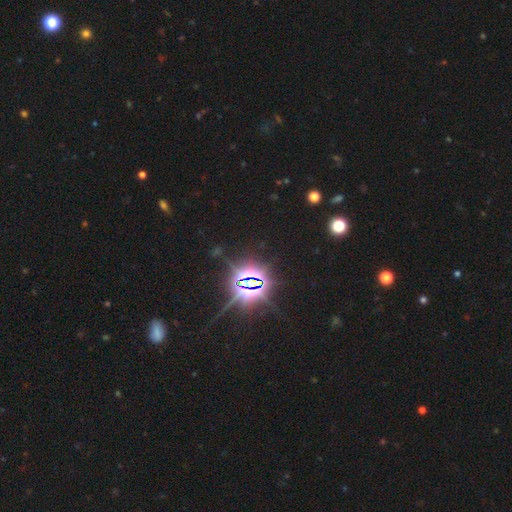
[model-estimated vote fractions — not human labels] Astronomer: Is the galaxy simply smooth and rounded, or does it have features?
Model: star or artifact — 86%.